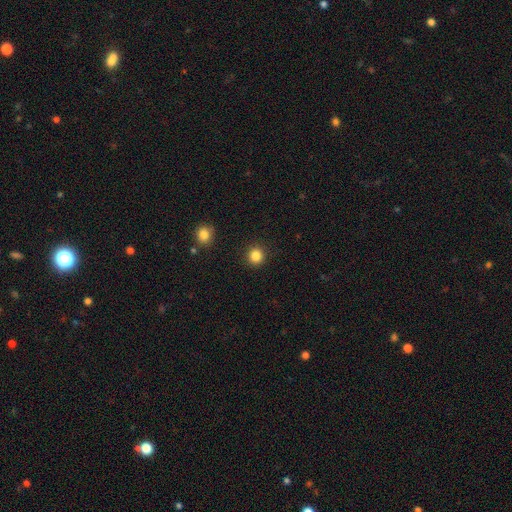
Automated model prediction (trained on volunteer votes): smooth_or_featured: smooth (p=0.85) [alt: star or artifact p=0.11]
how_rounded: round (p=0.93) [alt: in between p=0.06]
merging: none (p=0.92) [alt: minor disturbance p=0.05]